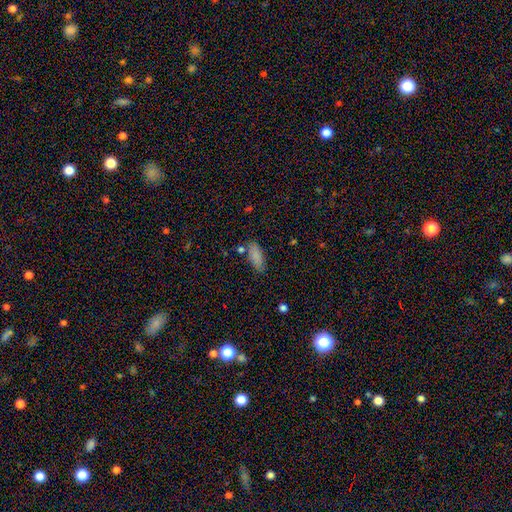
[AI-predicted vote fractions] Q: Smooth or featured?
A: smooth (86%); runner-up: star or artifact (8%)
Q: How rounded?
A: in between (81%); runner-up: cigar-shaped (17%)
Q: Merging?
A: none (77%); runner-up: minor disturbance (14%)